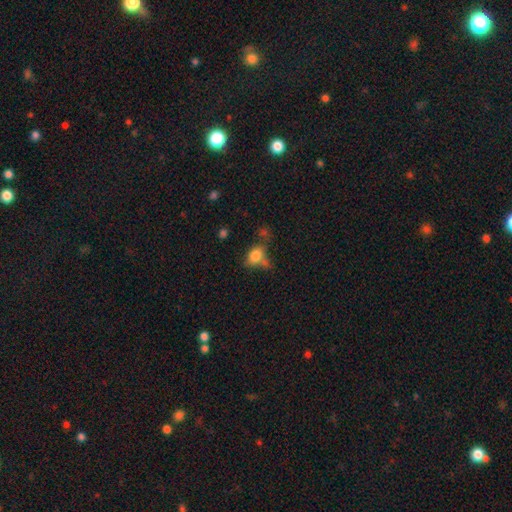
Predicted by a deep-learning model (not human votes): smooth 77%, featured or disk 12%, star or artifact 11%. Down the decision tree: how rounded — in between (65%); merging — none (42%).